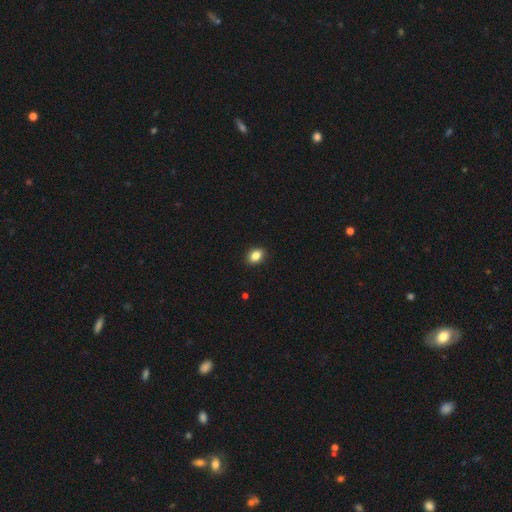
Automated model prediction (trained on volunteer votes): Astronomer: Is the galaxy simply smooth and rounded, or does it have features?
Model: smooth — 86%.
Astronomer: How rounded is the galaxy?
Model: in between — 70%.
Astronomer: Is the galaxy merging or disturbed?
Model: none — 90%.